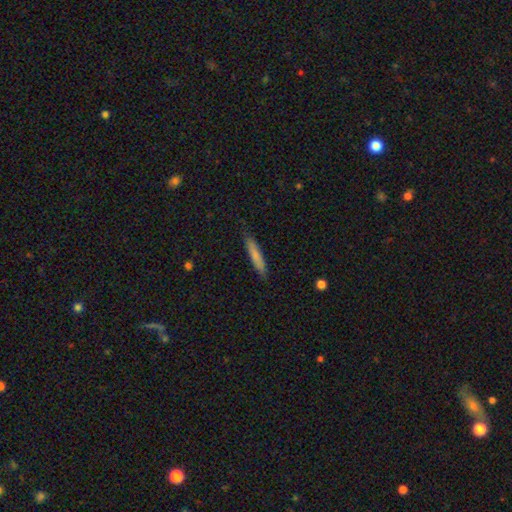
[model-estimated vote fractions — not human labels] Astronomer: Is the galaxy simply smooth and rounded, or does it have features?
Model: smooth — 77%.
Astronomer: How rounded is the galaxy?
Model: cigar-shaped — 91%.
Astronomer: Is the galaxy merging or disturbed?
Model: none — 86%.